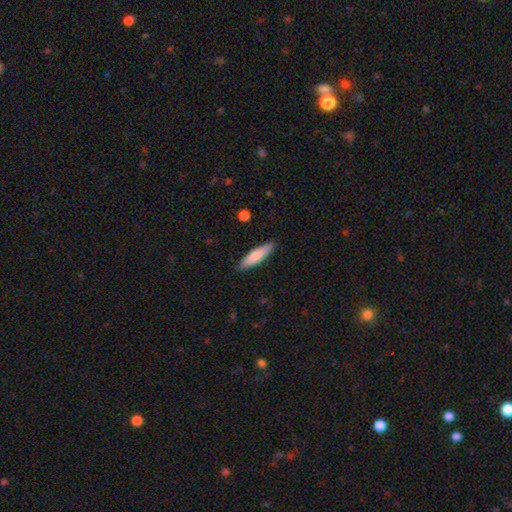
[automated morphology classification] Smooth or featured? smooth (79%)
How rounded? cigar-shaped (70%)
Merging? none (88%)